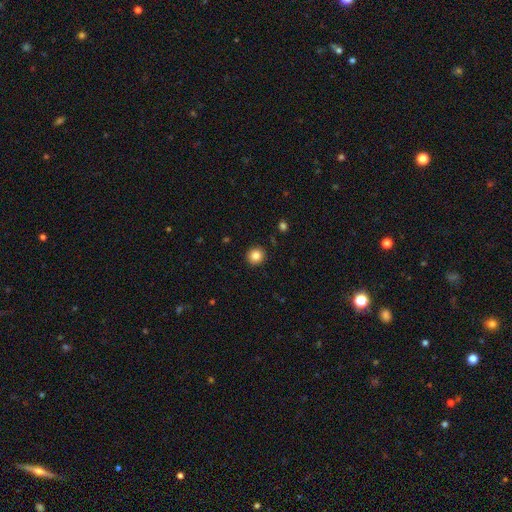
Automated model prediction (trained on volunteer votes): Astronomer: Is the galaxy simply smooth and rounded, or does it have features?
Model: smooth — 84%.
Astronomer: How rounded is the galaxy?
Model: round — 93%.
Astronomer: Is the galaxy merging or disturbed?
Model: none — 92%.